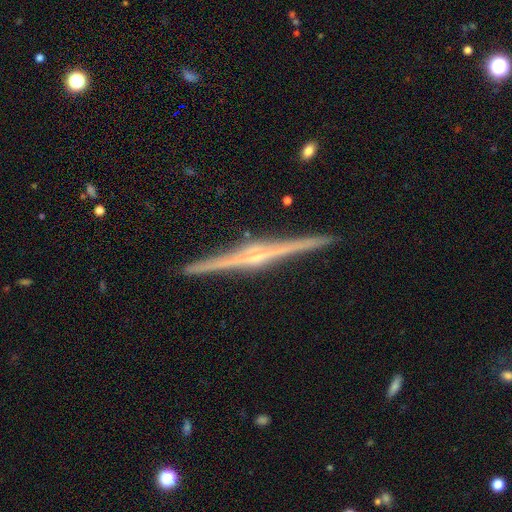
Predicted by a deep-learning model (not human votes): A featured or disk galaxy (89%) viewed edge-on (99%) with a rounded central bulge (70%). Merging: none (93%).